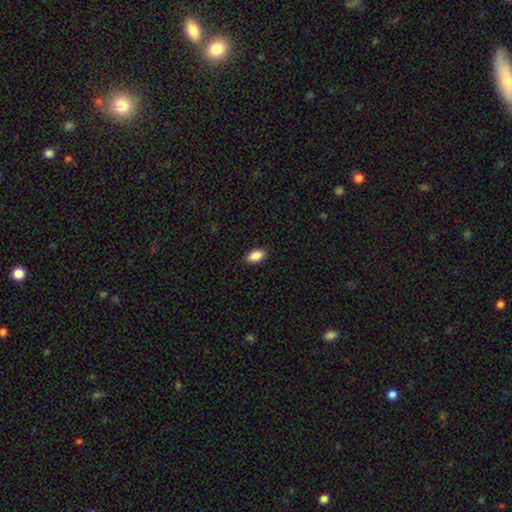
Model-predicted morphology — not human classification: Smooth or featured: smooth — 88% (star or artifact — 7%)
How rounded: in between — 92% (round — 6%)
Merging: none — 87% (minor disturbance — 10%)